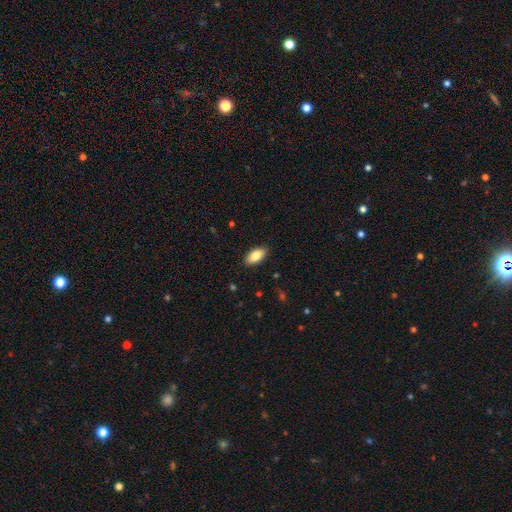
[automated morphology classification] Smooth or featured?
  - smooth: 84% *
  - featured or disk: 9%
  - star or artifact: 7%
How rounded?
  - in between: 93% *
  - cigar-shaped: 4%
  - round: 3%
Merging?
  - none: 89% *
  - minor disturbance: 8%
  - major disturbance: 2%
  - merger: 1%